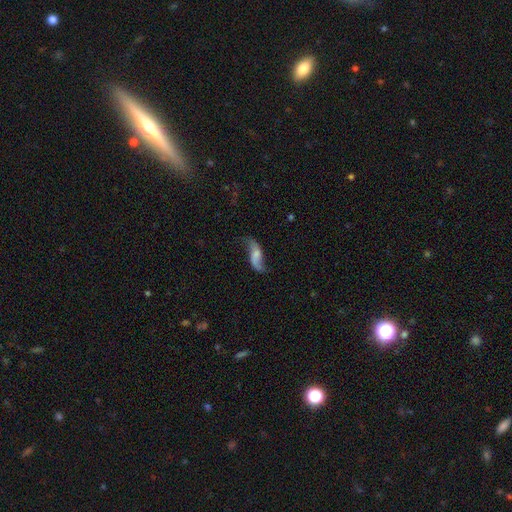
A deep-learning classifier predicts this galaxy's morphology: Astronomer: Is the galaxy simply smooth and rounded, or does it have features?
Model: featured or disk — 70%.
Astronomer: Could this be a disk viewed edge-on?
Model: no — 91%.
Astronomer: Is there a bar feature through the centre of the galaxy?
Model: no — 54% (runner-up: weak, 34%).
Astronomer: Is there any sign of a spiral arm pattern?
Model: yes — 91%.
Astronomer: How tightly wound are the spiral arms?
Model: loose — 90%.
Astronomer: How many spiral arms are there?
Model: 2 — 90%.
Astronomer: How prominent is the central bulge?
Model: small — 40% (runner-up: moderate, 30%).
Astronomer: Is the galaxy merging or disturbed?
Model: none — 62%.